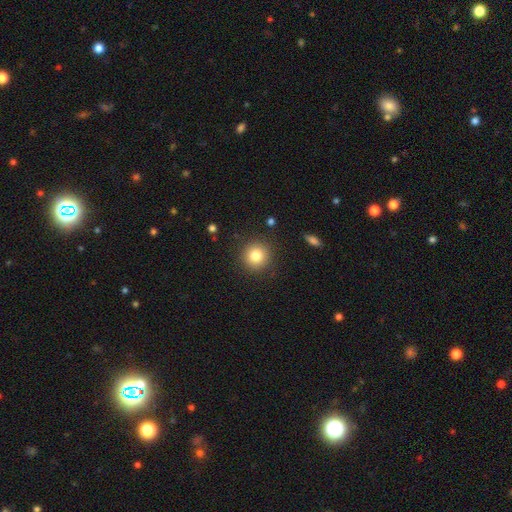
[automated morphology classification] This appears to be a smooth galaxy with no disk features (82%) that is round (92%). Merging: none (89%).